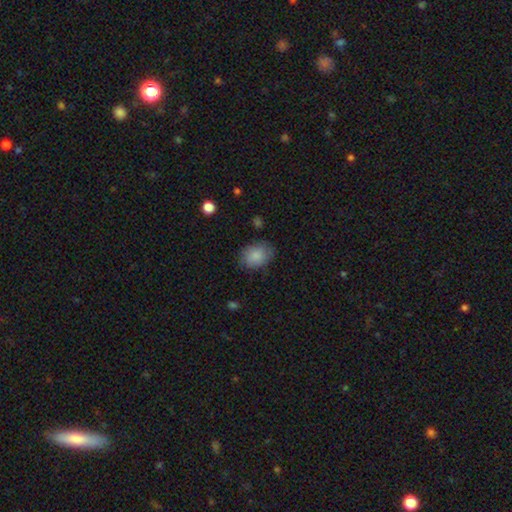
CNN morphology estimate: type=smooth (84%); roundness=in between (69%); merging=none (75%).